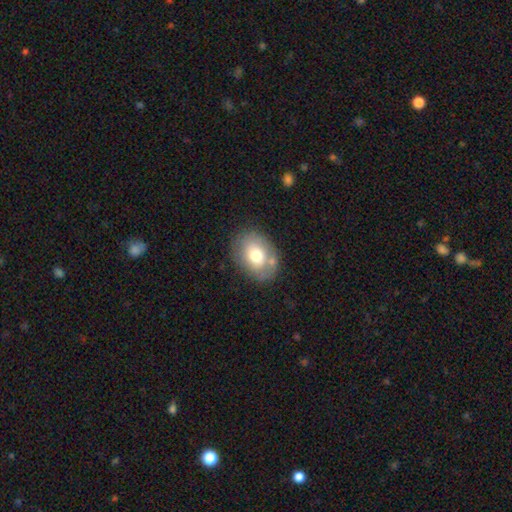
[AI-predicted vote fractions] Smooth or featured: smooth — 67% (featured or disk — 24%)
How rounded: in between — 65% (round — 34%)
Merging: none — 71% (minor disturbance — 17%)